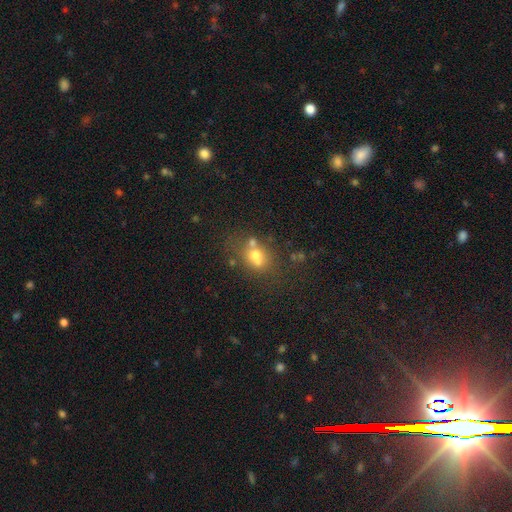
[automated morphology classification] The model was most divided on "how rounded": in between: 55%, round: 42%, cigar-shaped: 2%. Remaining: smooth or featured — smooth (61%); merging — none (46%).